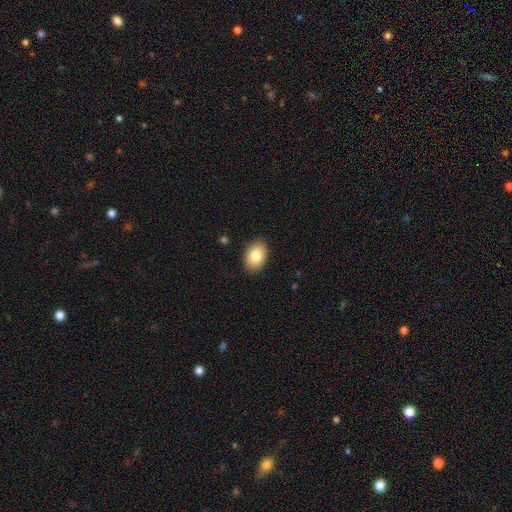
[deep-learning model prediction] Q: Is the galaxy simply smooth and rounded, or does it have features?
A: smooth — 83%.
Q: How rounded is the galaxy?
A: in between — 84%.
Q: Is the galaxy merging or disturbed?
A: none — 89%.